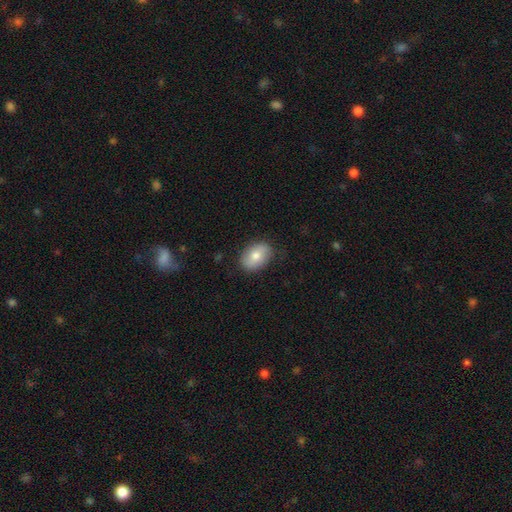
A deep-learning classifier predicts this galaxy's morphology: This appears to be a smooth galaxy with no disk features (76%) that is in between round and cigar-shaped (82%). Merging: none (84%).